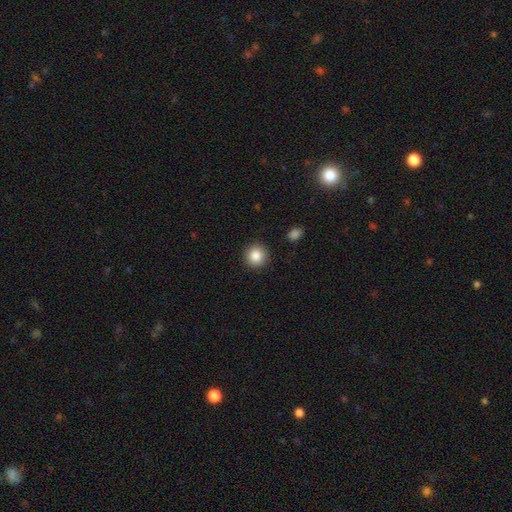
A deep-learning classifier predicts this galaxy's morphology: The model was most divided on "smooth or featured": smooth: 86%, star or artifact: 9%, featured or disk: 5%. More confident: how rounded — round (93%); merging — none (91%).